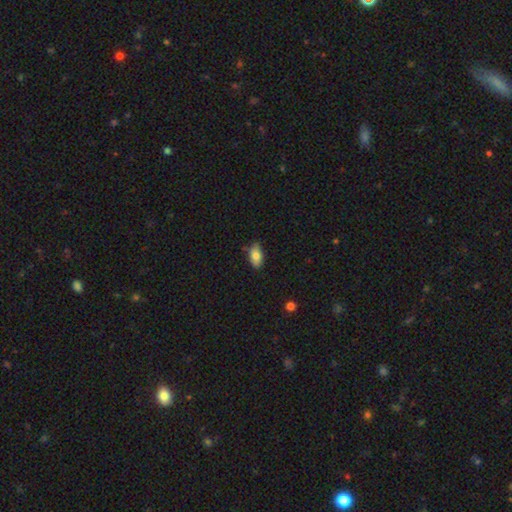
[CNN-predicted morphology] type=smooth (82%); roundness=in between (92%); merging=none (78%).